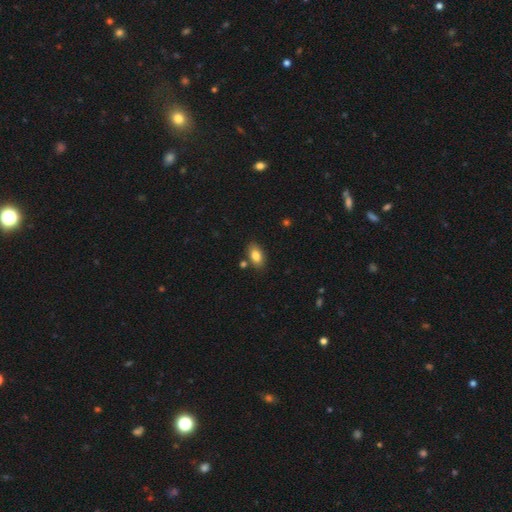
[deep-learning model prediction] Smooth or featured?
  - smooth: 83% *
  - featured or disk: 9%
  - star or artifact: 8%
How rounded?
  - in between: 90% *
  - round: 7%
  - cigar-shaped: 3%
Merging?
  - none: 80% *
  - minor disturbance: 11%
  - merger: 6%
  - major disturbance: 2%